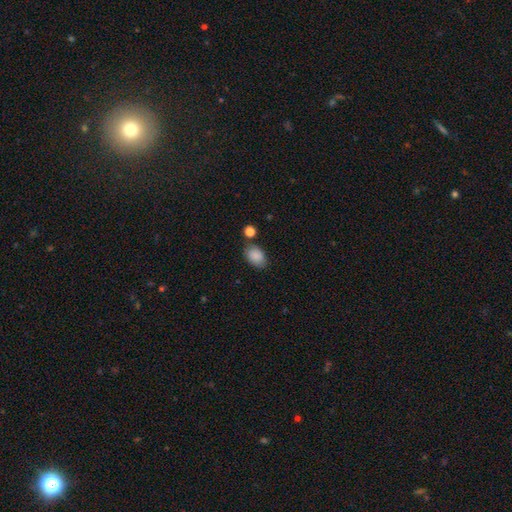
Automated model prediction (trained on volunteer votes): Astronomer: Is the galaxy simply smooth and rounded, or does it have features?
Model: smooth — 86%.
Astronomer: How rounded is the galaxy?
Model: in between — 85%.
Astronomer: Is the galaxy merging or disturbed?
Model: none — 75%.